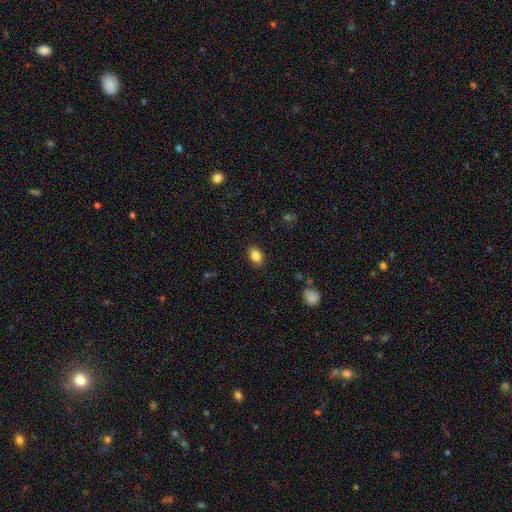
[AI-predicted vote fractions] This appears to be a smooth galaxy with no disk features (85%) that is in between round and cigar-shaped (79%). Merging: none (87%).